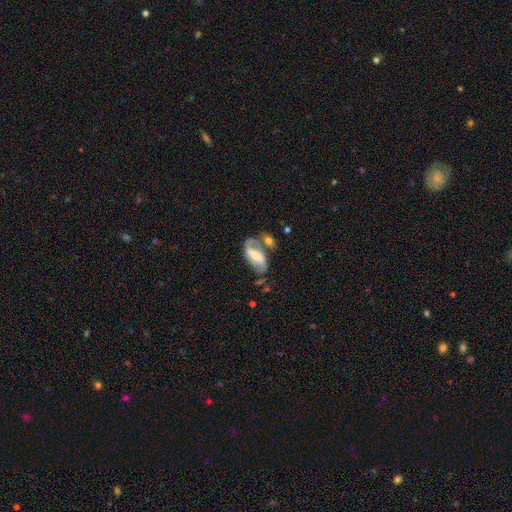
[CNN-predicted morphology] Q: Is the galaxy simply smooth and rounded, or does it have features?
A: featured or disk — 73%.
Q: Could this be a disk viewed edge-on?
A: no — 94%.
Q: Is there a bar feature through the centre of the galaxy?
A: strong — 53%.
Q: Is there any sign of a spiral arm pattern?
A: yes — 85%.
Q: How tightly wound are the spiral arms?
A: medium — 45%.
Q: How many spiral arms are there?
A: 2 — 81%.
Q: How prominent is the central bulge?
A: moderate — 37%.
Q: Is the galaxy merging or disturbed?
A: none — 44%.